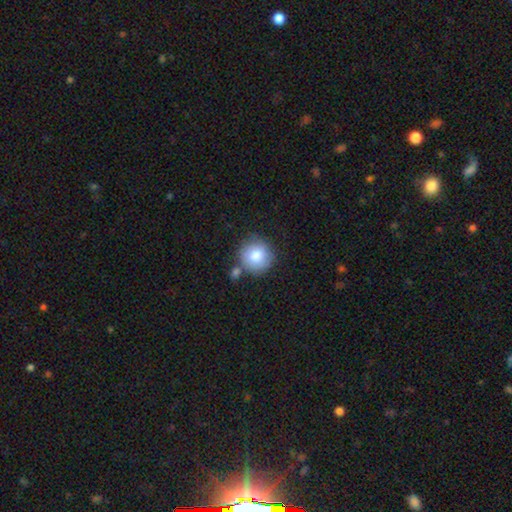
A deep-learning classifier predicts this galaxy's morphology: The model was most divided on "merging": none: 66%, minor disturbance: 15%, merger: 15%, major disturbance: 5%. More confident: how rounded — round (92%); smooth or featured — smooth (81%).